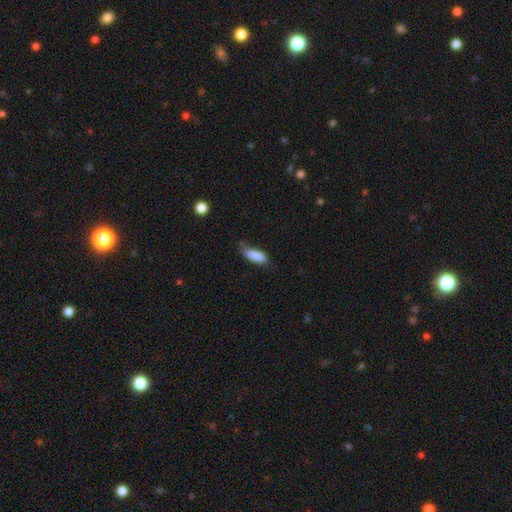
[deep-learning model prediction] A smooth galaxy with no disk features (87%) that is in between round and cigar-shaped (66%).

Vote fractions:
- Smooth or featured? smooth: 87% / star or artifact: 7% / featured or disk: 7%
- How rounded? in between: 66% / cigar-shaped: 32% / round: 2%
- Merging? none: 57% / minor disturbance: 33% / major disturbance: 7% / merger: 2%